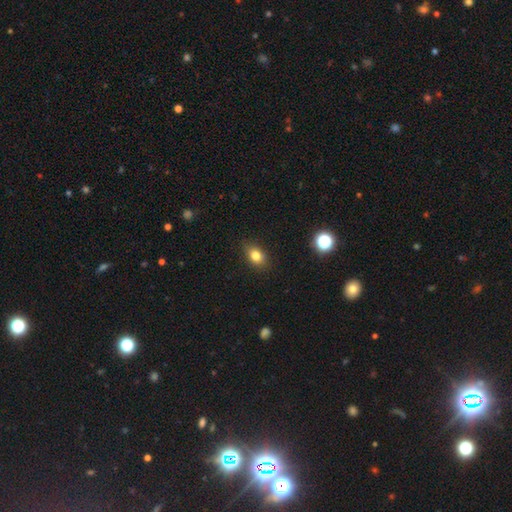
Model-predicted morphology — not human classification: smooth_or_featured: smooth (p=0.81) [alt: star or artifact p=0.11]
how_rounded: in between (p=0.71) [alt: round p=0.27]
merging: none (p=0.84) [alt: minor disturbance p=0.12]